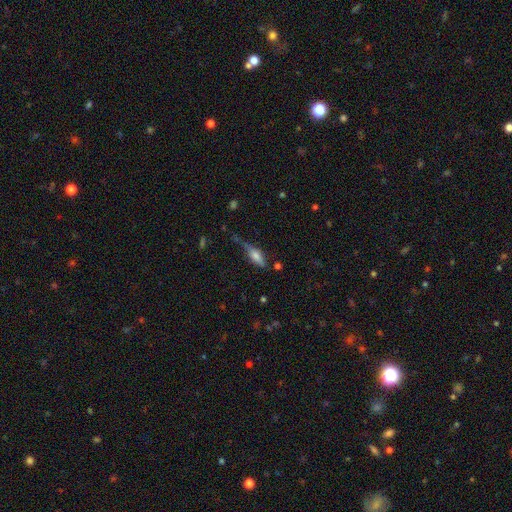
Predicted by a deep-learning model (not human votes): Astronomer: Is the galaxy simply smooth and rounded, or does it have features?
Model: smooth — 55% (runner-up: featured or disk, 36%).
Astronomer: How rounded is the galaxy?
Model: in between — 58% (runner-up: cigar-shaped, 38%).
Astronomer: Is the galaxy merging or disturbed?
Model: none — 43% (runner-up: minor disturbance, 32%).